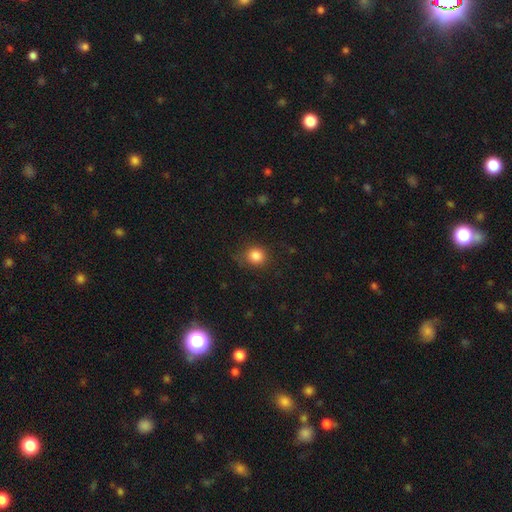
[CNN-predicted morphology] A smooth galaxy with no disk features (84%) that is round (85%).

Vote fractions:
- Smooth or featured? smooth: 84% / star or artifact: 11% / featured or disk: 5%
- How rounded? round: 85% / in between: 14% / cigar-shaped: 1%
- Merging? none: 77% / minor disturbance: 16% / major disturbance: 5% / merger: 1%